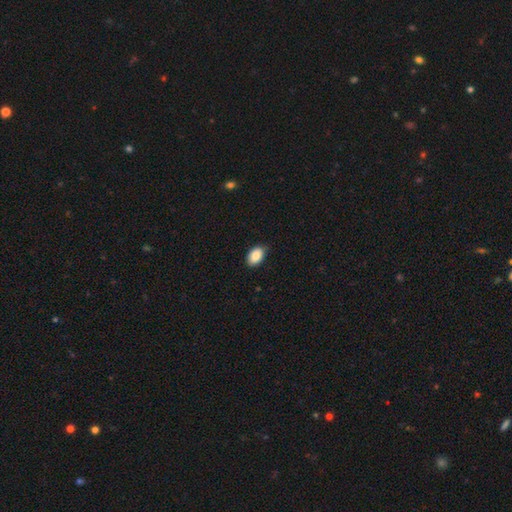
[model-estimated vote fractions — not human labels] Smooth or featured? smooth (86%)
How rounded? in between (90%)
Merging? none (85%)